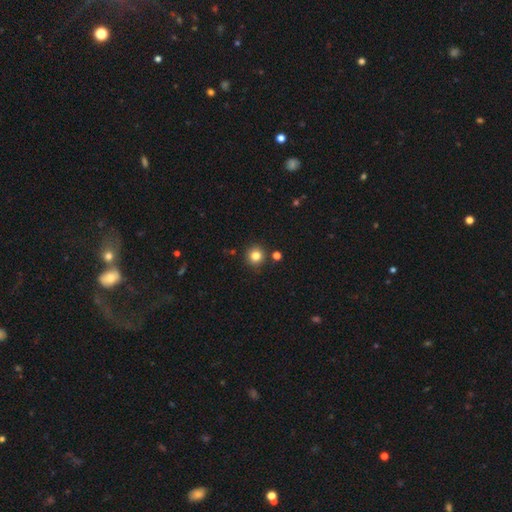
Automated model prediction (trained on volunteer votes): This is clearly a smooth galaxy (81%). How rounded: clearly round (94%). Merging: clearly none (87%).